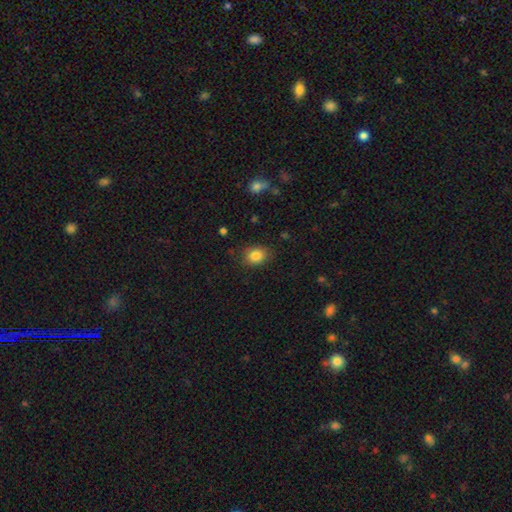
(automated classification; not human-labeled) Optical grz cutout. It shows a smooth galaxy with no disk features (85%) that is in between round and cigar-shaped (53%). Merging: none (81%).